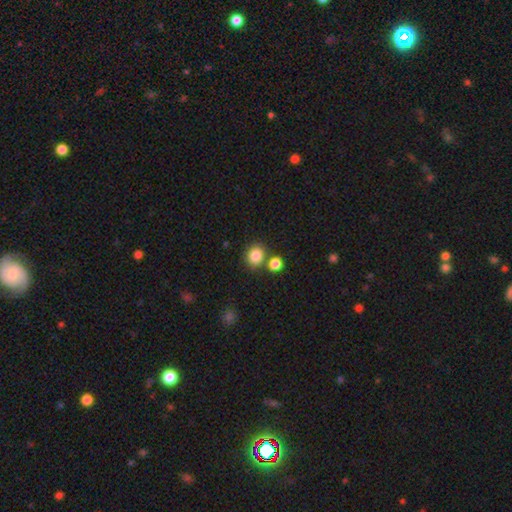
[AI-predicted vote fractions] This is clearly a smooth galaxy (85%). How rounded: likely round (75%). Merging: likely none (74%).